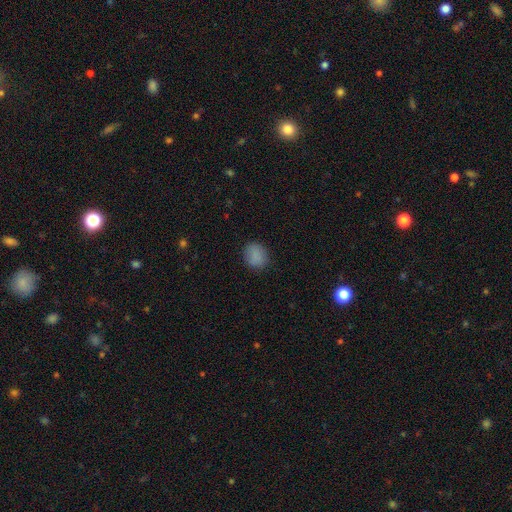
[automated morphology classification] Q: Smooth or featured?
A: smooth (85%); runner-up: star or artifact (10%)
Q: How rounded?
A: round (64%); runner-up: in between (35%)
Q: Merging?
A: none (83%); runner-up: minor disturbance (13%)